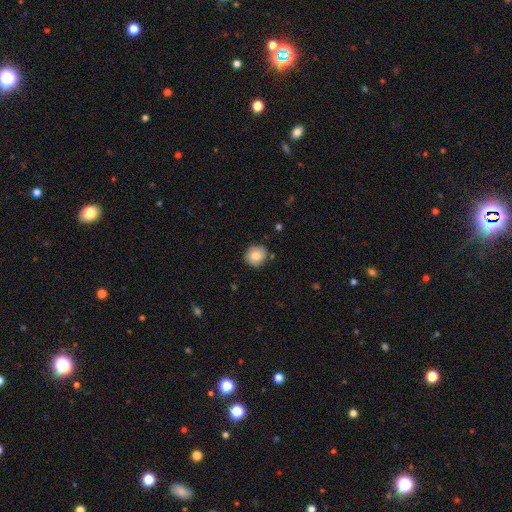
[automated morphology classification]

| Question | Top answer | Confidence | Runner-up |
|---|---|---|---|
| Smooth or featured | smooth | 75% | featured or disk (16%) |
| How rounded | round | 84% | in between (15%) |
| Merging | none | 80% | minor disturbance (15%) |